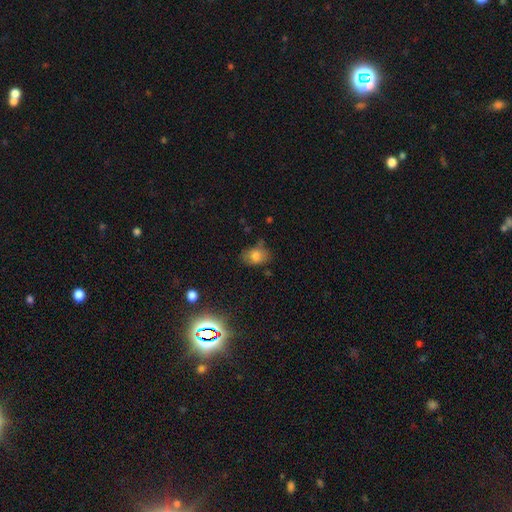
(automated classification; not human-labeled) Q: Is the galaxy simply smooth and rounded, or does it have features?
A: smooth — 74%.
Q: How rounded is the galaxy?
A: in between — 74%.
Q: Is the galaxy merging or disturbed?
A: none — 60%.